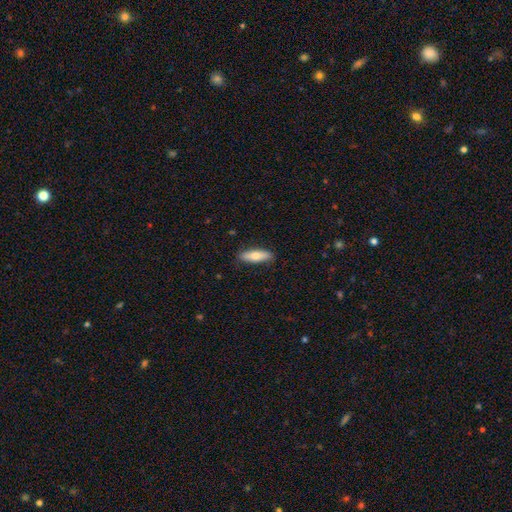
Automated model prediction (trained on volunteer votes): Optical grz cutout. It shows a smooth galaxy with no disk features (68%) that is cigar-shaped (54%). Merging: none (88%).